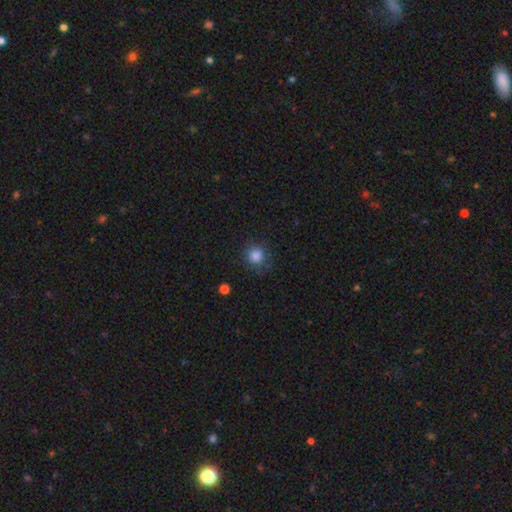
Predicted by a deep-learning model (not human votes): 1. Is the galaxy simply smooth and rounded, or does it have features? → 85% smooth, 11% star or artifact, 5% featured or disk.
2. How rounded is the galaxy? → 89% round, 10% in between, 1% cigar-shaped.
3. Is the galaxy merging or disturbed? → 79% none, 14% minor disturbance, 5% major disturbance, 1% merger.